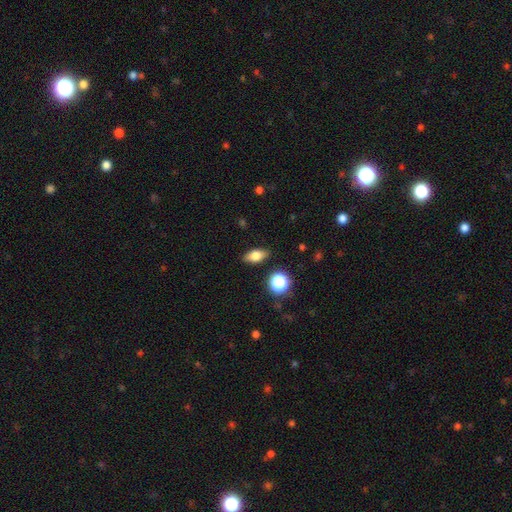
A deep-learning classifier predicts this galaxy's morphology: Q: Smooth or featured?
A: smooth (71%); runner-up: featured or disk (19%)
Q: How rounded?
A: in between (78%); runner-up: cigar-shaped (12%)
Q: Merging?
A: none (87%); runner-up: minor disturbance (9%)